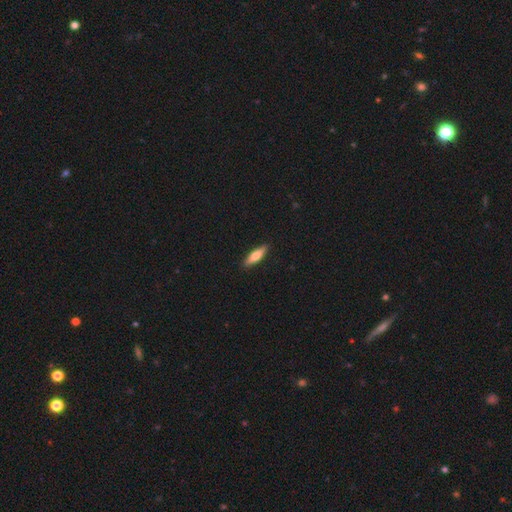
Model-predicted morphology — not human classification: This appears to be a smooth galaxy with no disk features (65%) that is cigar-shaped (65%). Merging: none (90%).